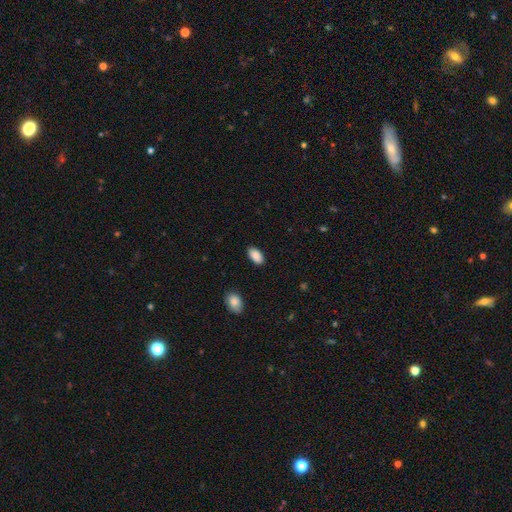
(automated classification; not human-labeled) Morphology: type=smooth (90%); roundness=in between (94%); merging=none (87%).